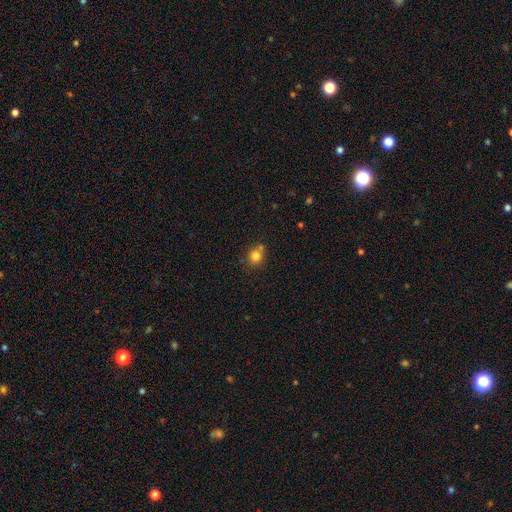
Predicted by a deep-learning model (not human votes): Q: Smooth or featured?
A: smooth (80%); runner-up: star or artifact (12%)
Q: How rounded?
A: round (83%); runner-up: in between (16%)
Q: Merging?
A: none (65%); runner-up: merger (19%)